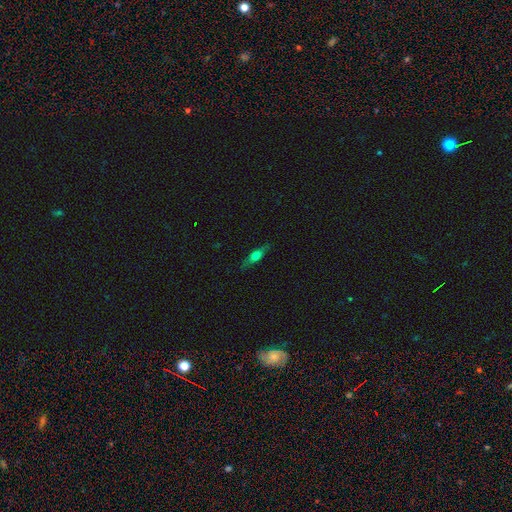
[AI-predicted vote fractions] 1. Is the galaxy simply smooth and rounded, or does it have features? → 51% featured or disk, 41% smooth, 8% star or artifact.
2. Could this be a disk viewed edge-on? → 90% yes, 10% no.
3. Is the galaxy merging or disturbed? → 83% none, 13% minor disturbance, 3% major disturbance, 1% merger.